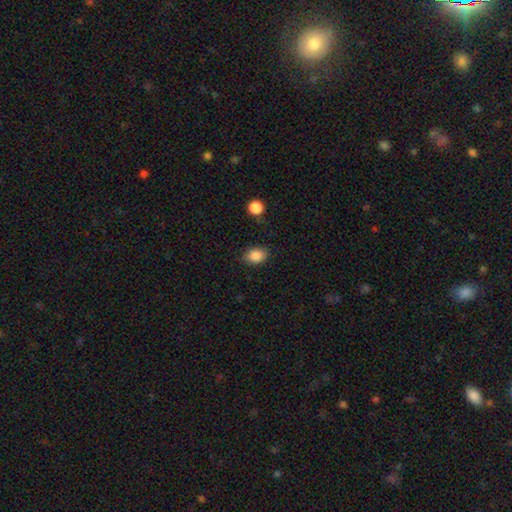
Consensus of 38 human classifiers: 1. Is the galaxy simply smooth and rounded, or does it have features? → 92% smooth, 8% star or artifact, 0% featured or disk.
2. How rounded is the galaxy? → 66% in between, 34% round, 0% cigar-shaped.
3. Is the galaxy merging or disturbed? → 89% none, 9% minor disturbance, 3% major disturbance, 0% merger.